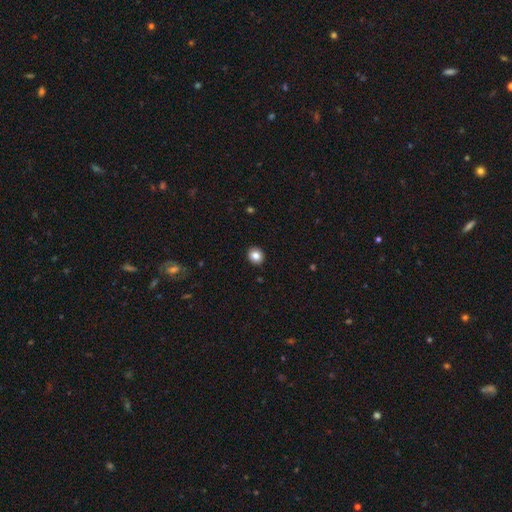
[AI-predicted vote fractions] A smooth galaxy with no disk features (84%) that is round (80%). Merging: none (92%).